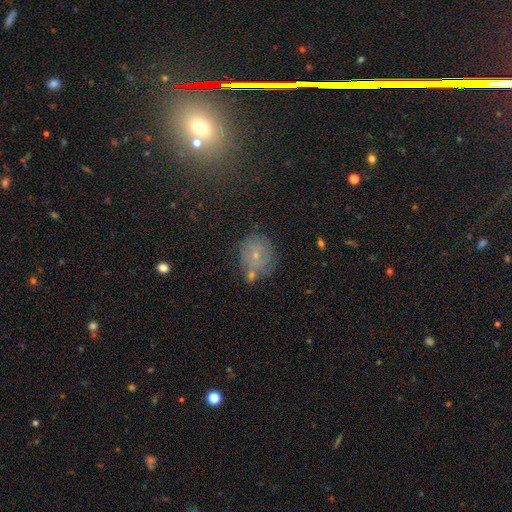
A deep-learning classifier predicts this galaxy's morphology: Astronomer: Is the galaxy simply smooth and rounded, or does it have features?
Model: smooth — 47% (runner-up: featured or disk, 34%).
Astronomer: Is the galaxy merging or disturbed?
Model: none — 68%.